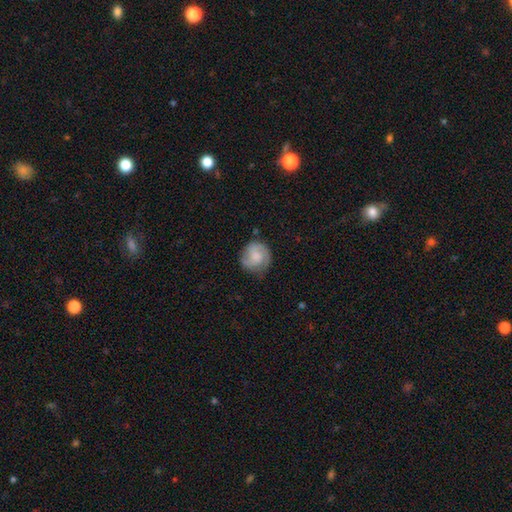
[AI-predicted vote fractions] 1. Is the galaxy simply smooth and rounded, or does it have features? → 56% featured or disk, 37% smooth, 7% star or artifact.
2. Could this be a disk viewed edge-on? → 98% no, 2% yes.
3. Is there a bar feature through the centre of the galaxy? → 63% no, 32% weak, 5% strong.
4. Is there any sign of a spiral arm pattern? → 91% yes, 9% no.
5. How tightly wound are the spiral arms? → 43% medium, 42% tight, 15% loose.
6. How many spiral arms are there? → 62% 2, 14% can't tell, 14% 3, 5% 1, 2% 4, 2% more than 4.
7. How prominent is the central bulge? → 34% moderate, 32% small, 22% none, 10% large, 2% dominant.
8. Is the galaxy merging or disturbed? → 72% none, 20% minor disturbance, 7% major disturbance, 2% merger.